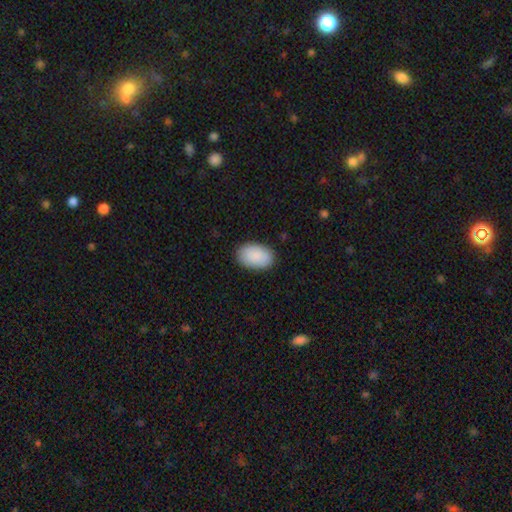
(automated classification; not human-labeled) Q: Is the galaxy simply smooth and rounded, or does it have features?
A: smooth — 91%.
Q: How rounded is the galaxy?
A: in between — 93%.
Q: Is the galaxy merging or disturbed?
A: none — 88%.